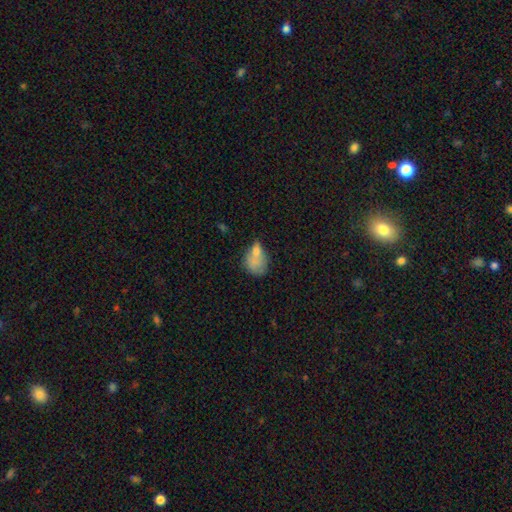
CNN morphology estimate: A smooth galaxy with no disk features (69%) that is in between round and cigar-shaped (66%). Merging: none (31%).